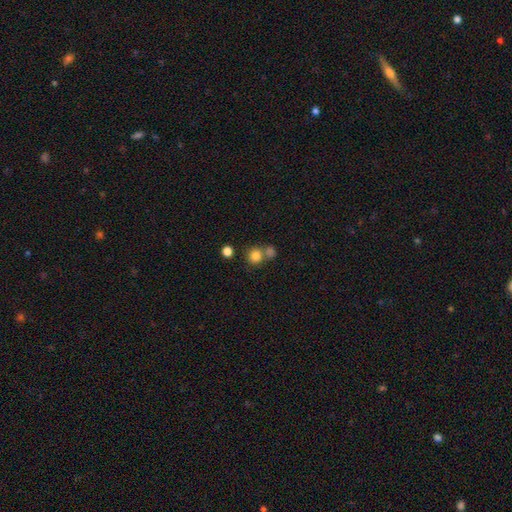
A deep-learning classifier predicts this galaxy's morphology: Q: Smooth or featured?
A: smooth (81%); runner-up: star or artifact (12%)
Q: How rounded?
A: round (89%); runner-up: in between (10%)
Q: Merging?
A: none (58%); runner-up: merger (31%)